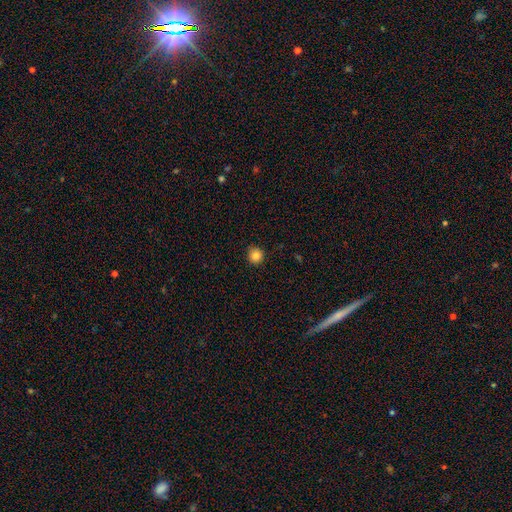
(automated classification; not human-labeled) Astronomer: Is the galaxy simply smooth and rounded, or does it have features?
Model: smooth — 84%.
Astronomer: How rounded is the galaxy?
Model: round — 93%.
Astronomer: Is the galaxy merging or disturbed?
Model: none — 88%.